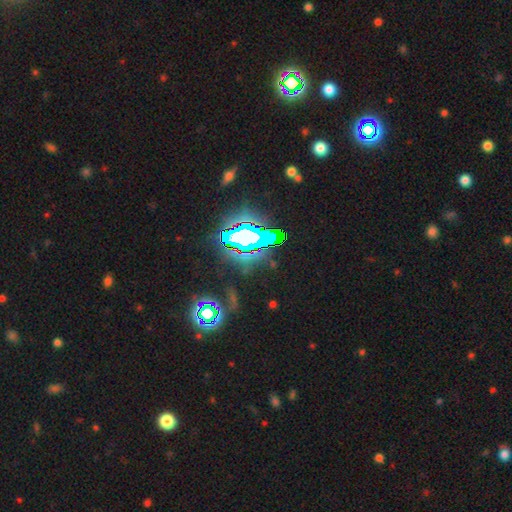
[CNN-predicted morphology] The model was most divided on "smooth or featured": star or artifact: 82%, smooth: 10%, featured or disk: 8%.